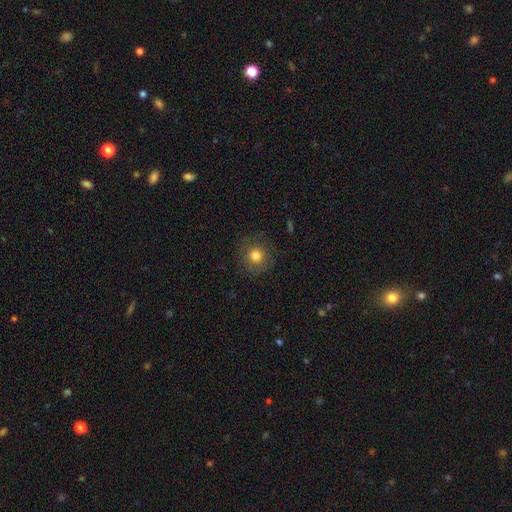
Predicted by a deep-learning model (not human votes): Q: Smooth or featured?
A: smooth (77%); runner-up: star or artifact (12%)
Q: How rounded?
A: round (93%); runner-up: in between (6%)
Q: Merging?
A: none (84%); runner-up: minor disturbance (10%)